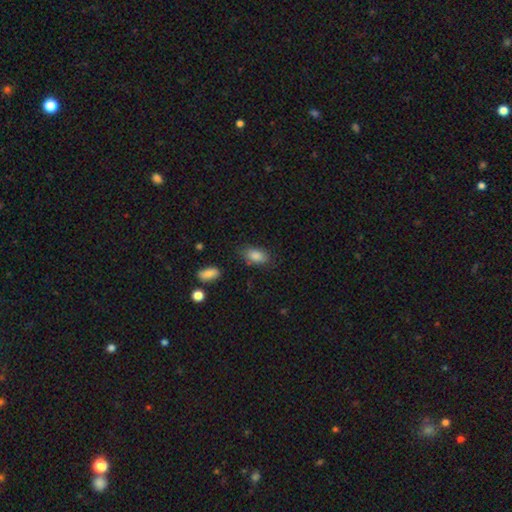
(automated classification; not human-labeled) Smooth or featured: smooth — 84% (star or artifact — 8%)
How rounded: in between — 90% (round — 5%)
Merging: none — 78% (minor disturbance — 16%)